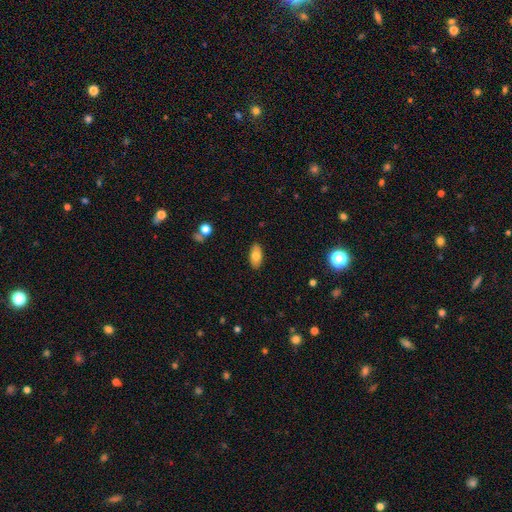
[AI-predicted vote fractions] The model was most divided on "smooth or featured": smooth: 77%, featured or disk: 15%, star or artifact: 8%. More confident: how rounded — in between (89%); merging — none (87%).